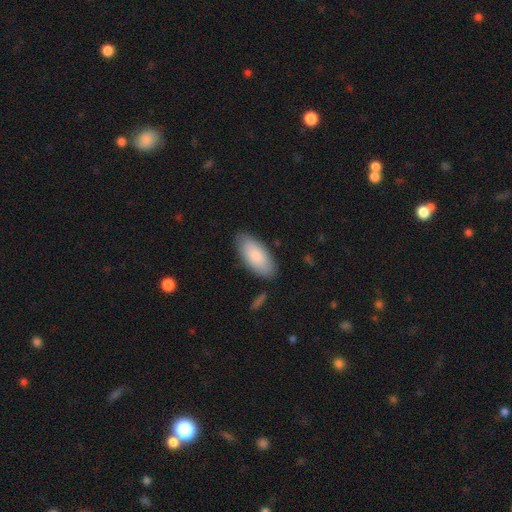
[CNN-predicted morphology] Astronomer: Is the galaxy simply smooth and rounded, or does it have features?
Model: smooth — 83%.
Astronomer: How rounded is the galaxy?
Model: in between — 90%.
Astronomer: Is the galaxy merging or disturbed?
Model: none — 82%.